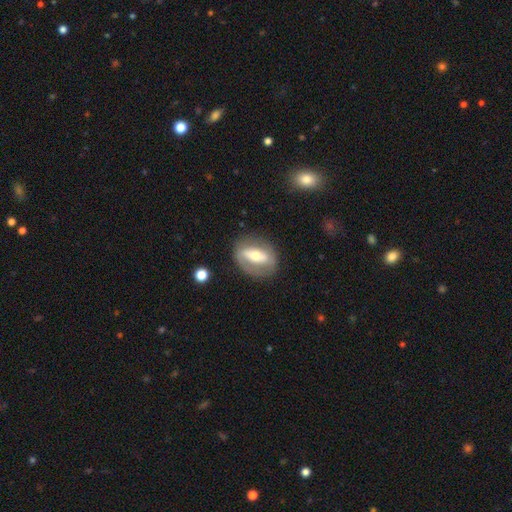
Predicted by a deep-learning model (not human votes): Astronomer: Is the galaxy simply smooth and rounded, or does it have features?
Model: featured or disk — 61%.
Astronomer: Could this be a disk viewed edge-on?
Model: no — 87%.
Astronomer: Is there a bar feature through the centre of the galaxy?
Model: strong — 57%.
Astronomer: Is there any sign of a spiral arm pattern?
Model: no — 57% (runner-up: yes, 43%).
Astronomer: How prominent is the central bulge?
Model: moderate — 60%.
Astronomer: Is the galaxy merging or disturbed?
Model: none — 75%.